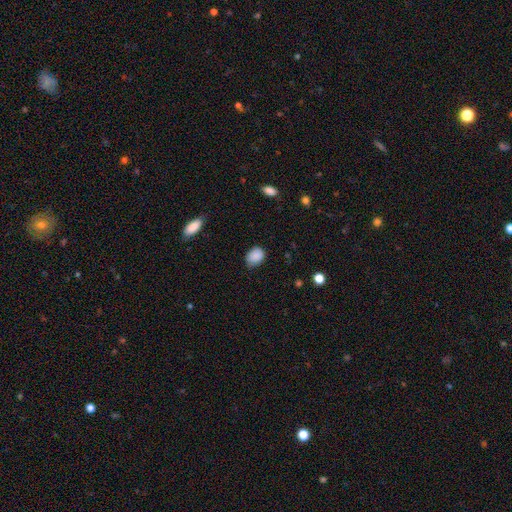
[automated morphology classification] A smooth galaxy with no disk features (87%) that is in between round and cigar-shaped (66%). Merging: none (69%).